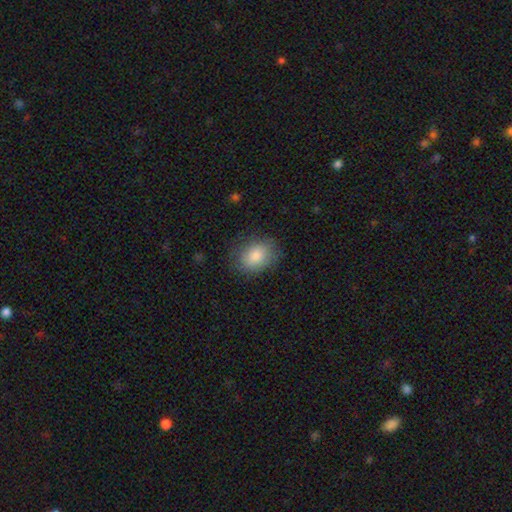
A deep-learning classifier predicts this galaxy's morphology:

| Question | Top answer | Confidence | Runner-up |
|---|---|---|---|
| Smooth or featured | smooth | 83% | featured or disk (9%) |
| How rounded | in between | 68% | round (31%) |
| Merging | none | 79% | minor disturbance (16%) |